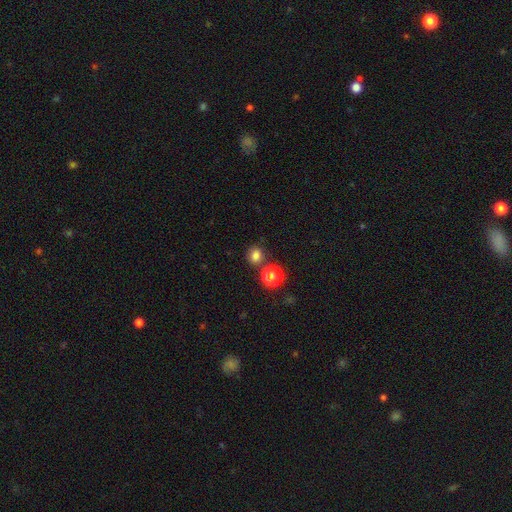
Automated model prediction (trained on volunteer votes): smooth 78%, star or artifact 17%, featured or disk 5%. Down the decision tree: how rounded — round (76%); merging — none (76%).